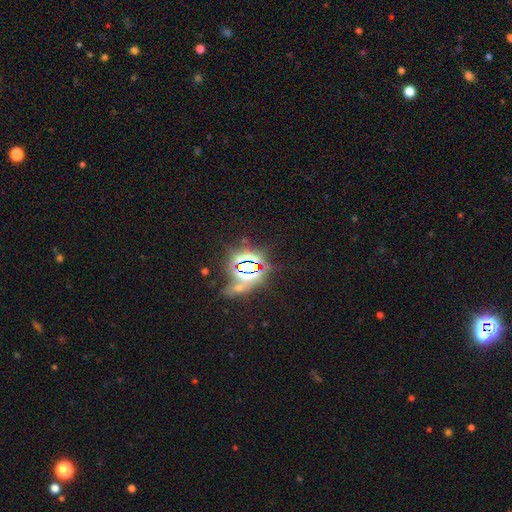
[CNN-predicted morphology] This is clearly a star or artifact rather than a galaxy (81%).